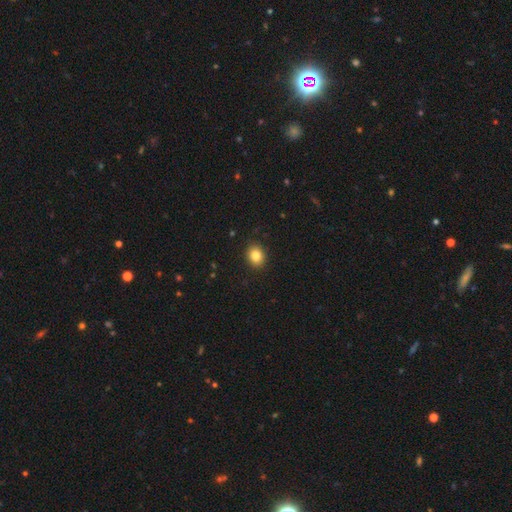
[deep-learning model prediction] Smooth or featured: smooth — 83% (star or artifact — 10%)
How rounded: round — 62% (in between — 37%)
Merging: none — 90% (minor disturbance — 7%)